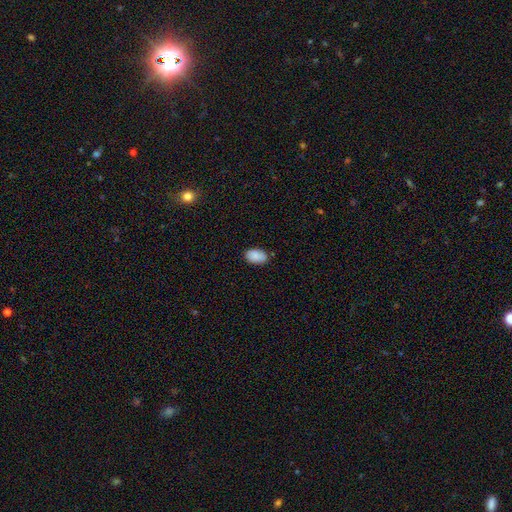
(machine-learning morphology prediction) A smooth galaxy with no disk features (89%) that is in between round and cigar-shaped (91%).

Vote fractions:
- Smooth or featured? smooth: 89% / star or artifact: 7% / featured or disk: 4%
- How rounded? in between: 91% / round: 8% / cigar-shaped: 1%
- Merging? none: 82% / minor disturbance: 14% / major disturbance: 2% / merger: 2%